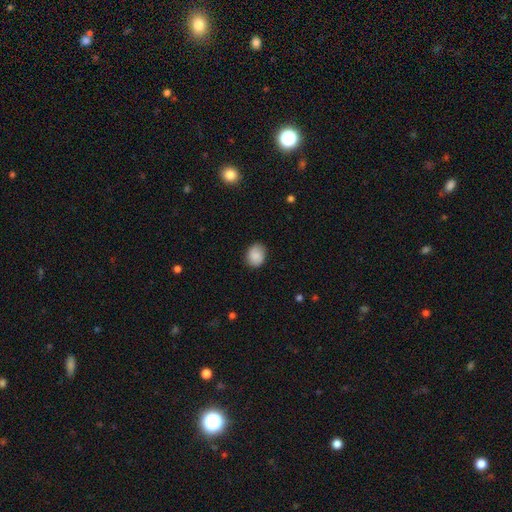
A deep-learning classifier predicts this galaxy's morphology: This appears to be a smooth galaxy with no disk features (85%) that is round (53%). Merging: none (83%).